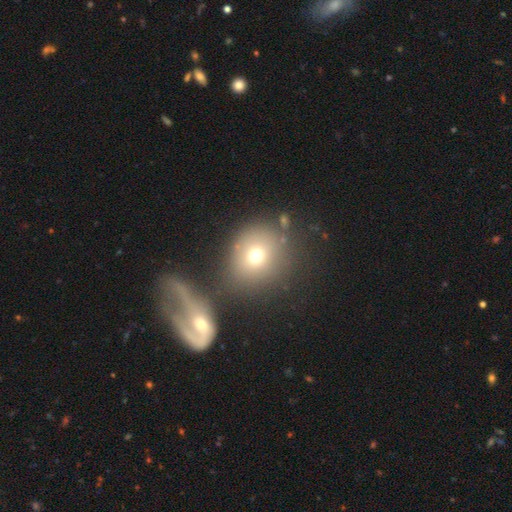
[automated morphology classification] The model was most divided on "merging": none: 65%, merger: 16%, minor disturbance: 12%, major disturbance: 7%. More confident: how rounded — round (76%); smooth or featured — smooth (71%).